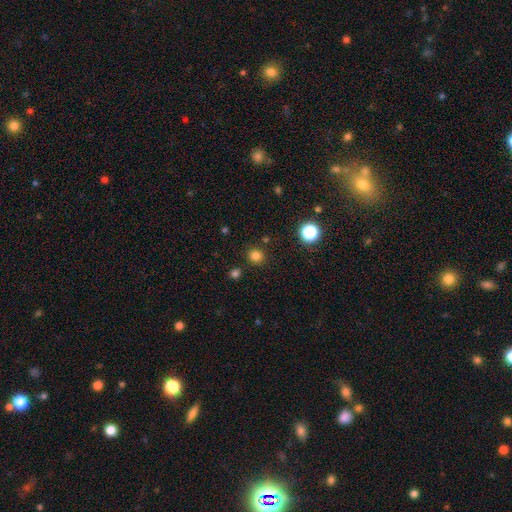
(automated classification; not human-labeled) smooth 80%, star or artifact 16%, featured or disk 4%. Down the decision tree: how rounded — round (90%); merging — none (88%).